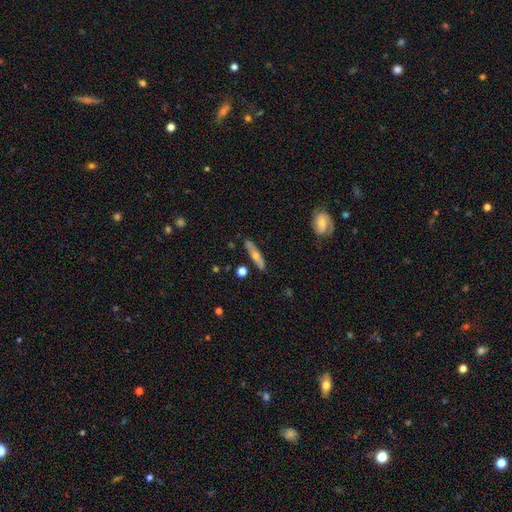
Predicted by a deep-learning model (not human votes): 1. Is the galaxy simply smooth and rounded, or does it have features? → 51% featured or disk, 43% smooth, 7% star or artifact.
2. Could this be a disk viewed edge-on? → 81% yes, 19% no.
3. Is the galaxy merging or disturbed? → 84% none, 11% minor disturbance, 2% merger, 2% major disturbance.